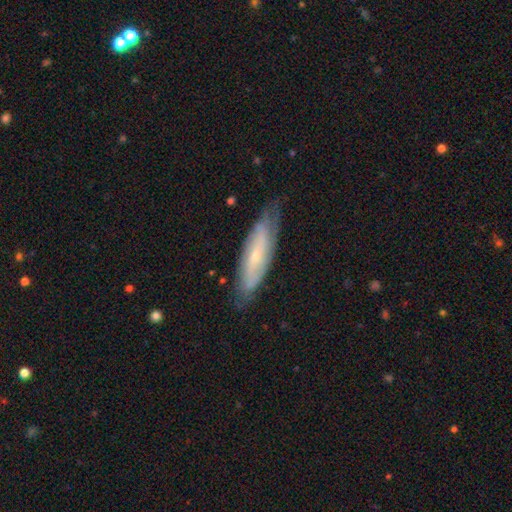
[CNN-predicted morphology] A featured or disk galaxy (63%). Merging: none (72%).